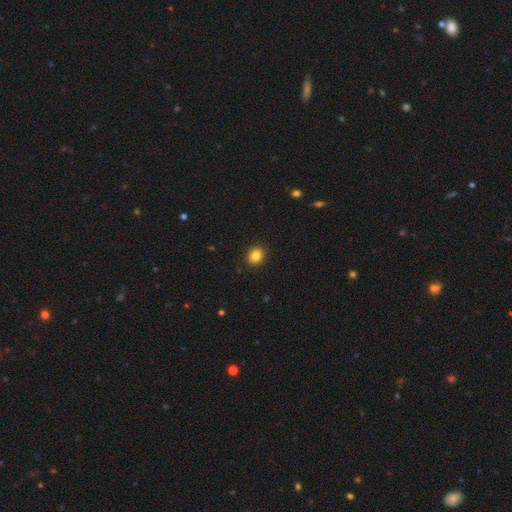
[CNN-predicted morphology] Smooth or featured: smooth — 84% (star or artifact — 10%)
How rounded: round — 64% (in between — 35%)
Merging: none — 91% (minor disturbance — 6%)